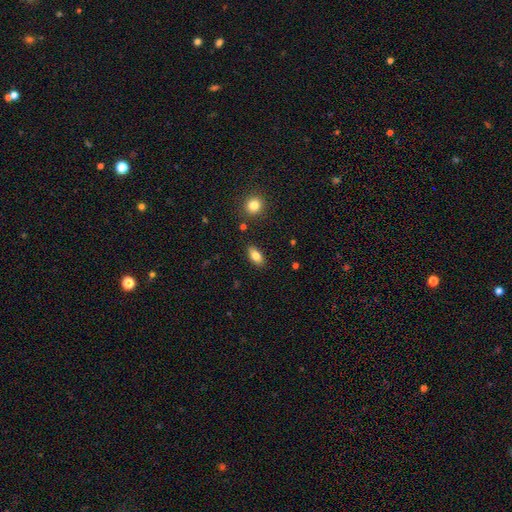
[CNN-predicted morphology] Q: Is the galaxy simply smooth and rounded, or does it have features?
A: smooth — 82%.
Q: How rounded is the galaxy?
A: in between — 90%.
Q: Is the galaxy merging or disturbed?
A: none — 86%.